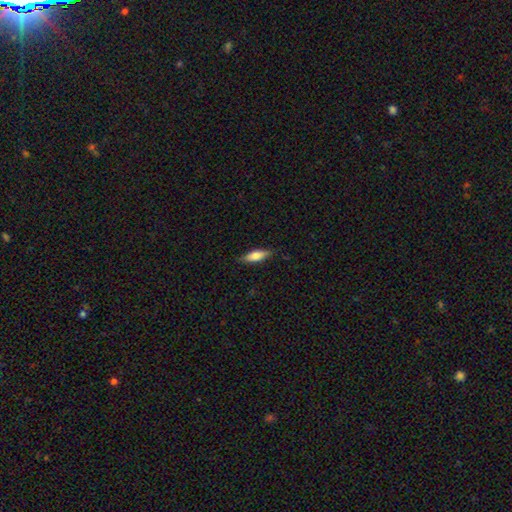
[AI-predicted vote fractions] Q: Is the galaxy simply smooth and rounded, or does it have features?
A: smooth — 68%.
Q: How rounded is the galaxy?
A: in between — 53%.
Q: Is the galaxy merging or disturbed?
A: none — 84%.